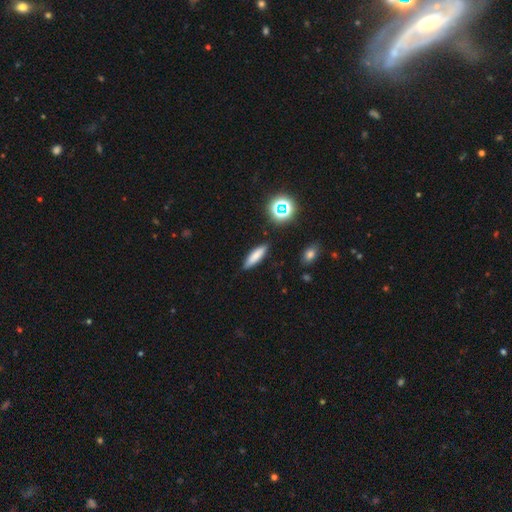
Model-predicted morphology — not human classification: Smooth or featured: smooth — 76% (featured or disk — 13%)
How rounded: cigar-shaped — 65% (in between — 32%)
Merging: none — 86% (minor disturbance — 9%)